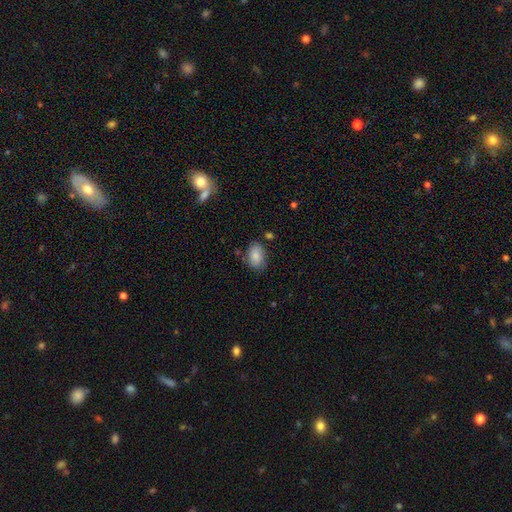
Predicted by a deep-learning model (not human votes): Smooth or featured: smooth — 83% (featured or disk — 9%)
How rounded: in between — 82% (round — 17%)
Merging: none — 73% (minor disturbance — 19%)